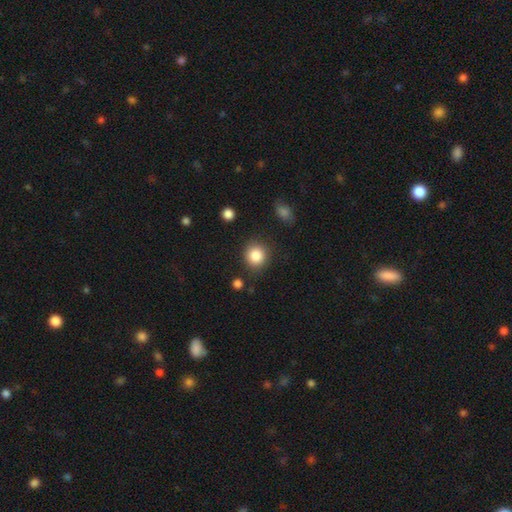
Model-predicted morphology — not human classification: A smooth galaxy with no disk features (86%) that is round (87%). Merging: none (84%).